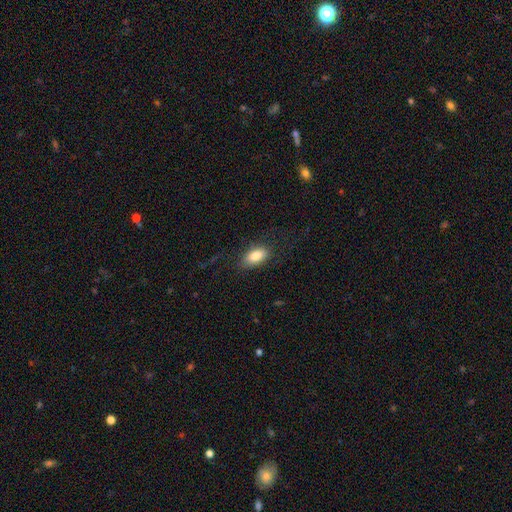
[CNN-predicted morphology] Smooth or featured?
  - smooth: 84% *
  - featured or disk: 9%
  - star or artifact: 7%
How rounded?
  - in between: 90% *
  - cigar-shaped: 6%
  - round: 4%
Merging?
  - none: 75% *
  - minor disturbance: 16%
  - major disturbance: 8%
  - merger: 1%